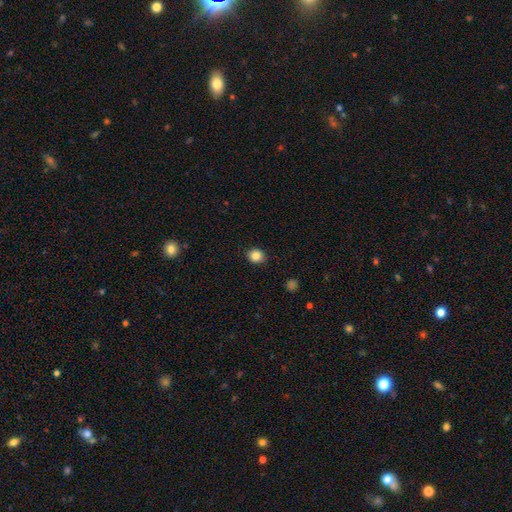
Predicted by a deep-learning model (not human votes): Q: Smooth or featured?
A: smooth (85%); runner-up: star or artifact (10%)
Q: How rounded?
A: round (73%); runner-up: in between (26%)
Q: Merging?
A: none (89%); runner-up: minor disturbance (8%)